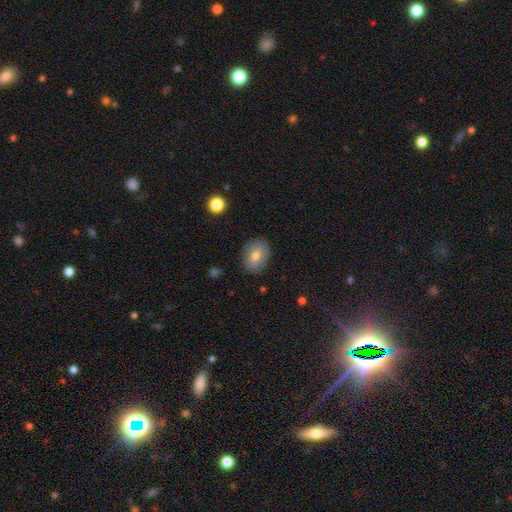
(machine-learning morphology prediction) type=smooth (73%); roundness=in between (59%); merging=none (86%).